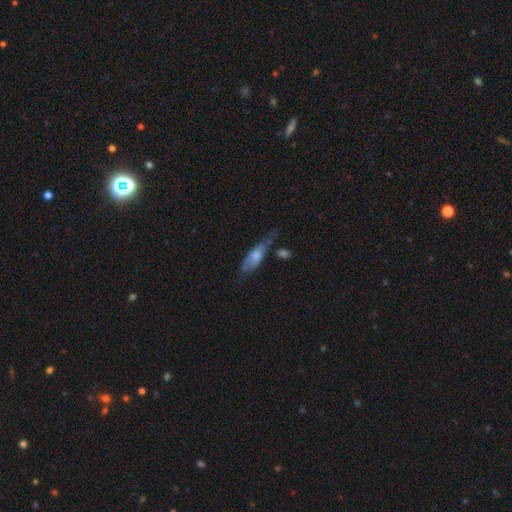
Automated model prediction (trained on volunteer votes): The model was most divided on "merging": none: 41%, minor disturbance: 30%, major disturbance: 18%, merger: 12%. More confident: smooth or featured — smooth (59%); how rounded — in between (57%).